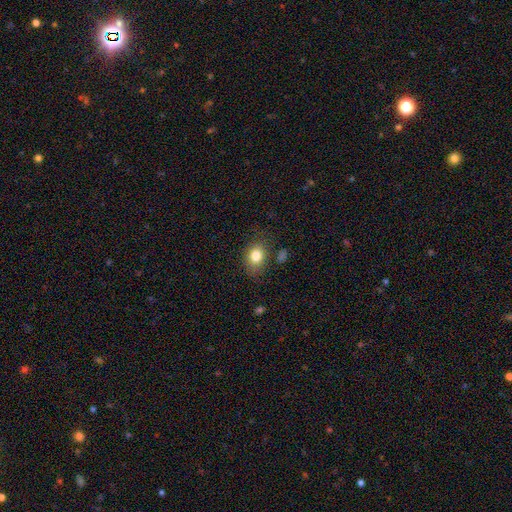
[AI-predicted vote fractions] Smooth or featured? Predicted: smooth (p=0.82). How rounded? Predicted: in between (p=0.62). Merging? Predicted: none (p=0.72).